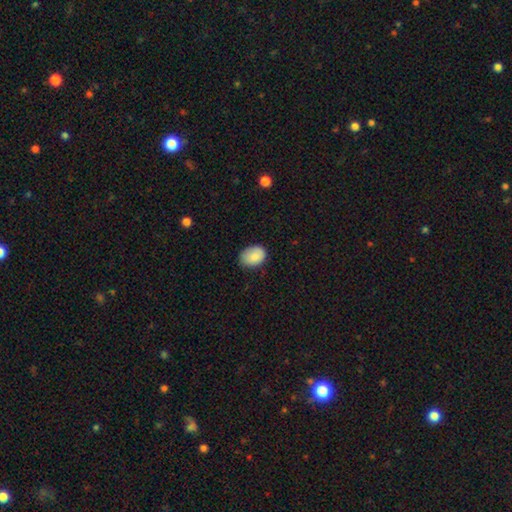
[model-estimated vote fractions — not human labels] Q: Smooth or featured?
A: smooth (86%); runner-up: star or artifact (7%)
Q: How rounded?
A: in between (74%); runner-up: round (25%)
Q: Merging?
A: none (75%); runner-up: minor disturbance (21%)